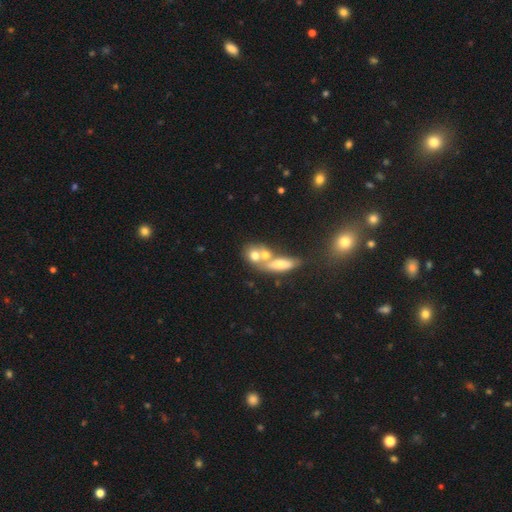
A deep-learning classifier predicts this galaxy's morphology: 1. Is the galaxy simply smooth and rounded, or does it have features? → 59% smooth, 29% featured or disk, 12% star or artifact.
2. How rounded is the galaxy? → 47% in between, 43% round, 10% cigar-shaped.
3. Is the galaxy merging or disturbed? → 60% merger, 27% none, 8% minor disturbance, 6% major disturbance.